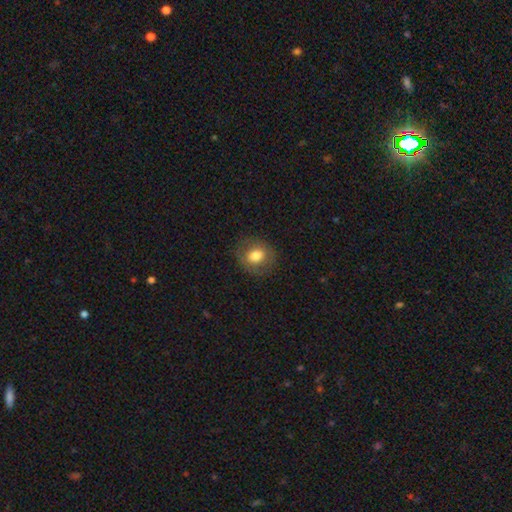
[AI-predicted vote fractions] Q: Smooth or featured?
A: smooth (72%); runner-up: featured or disk (19%)
Q: How rounded?
A: round (68%); runner-up: in between (31%)
Q: Merging?
A: none (83%); runner-up: minor disturbance (11%)